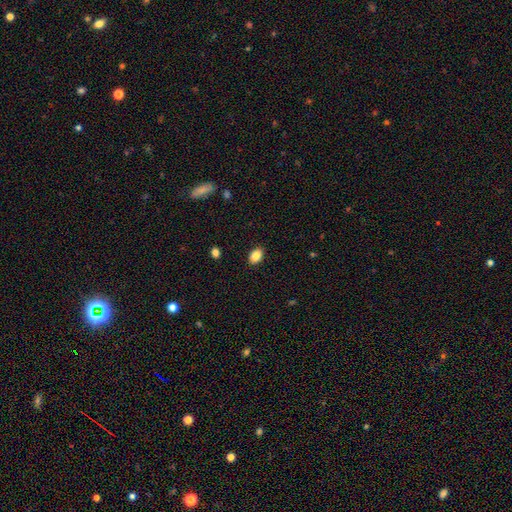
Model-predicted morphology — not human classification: This is clearly a smooth galaxy (86%). How rounded: clearly in between (81%). Merging: clearly none (89%).